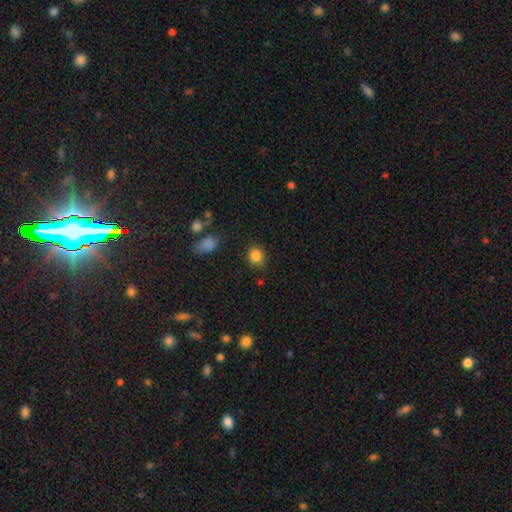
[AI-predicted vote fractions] This is clearly a smooth galaxy (85%). How rounded: likely round (76%). Merging: clearly none (84%).